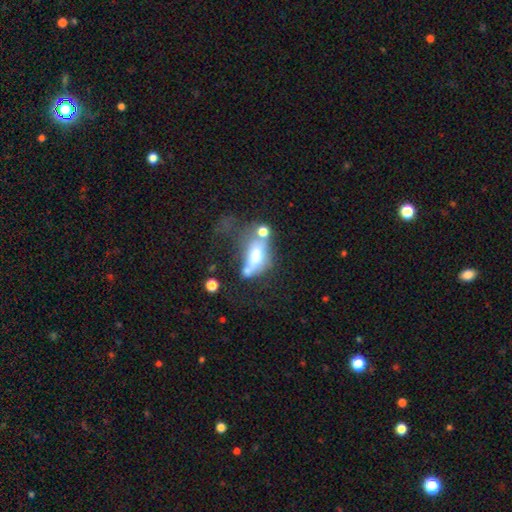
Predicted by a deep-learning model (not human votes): Smooth or featured?
  - smooth: 52% *
  - featured or disk: 36%
  - star or artifact: 12%
How rounded?
  - in between: 79% *
  - cigar-shaped: 13%
  - round: 8%
Merging?
  - merger: 40% *
  - major disturbance: 29%
  - none: 17%
  - minor disturbance: 14%